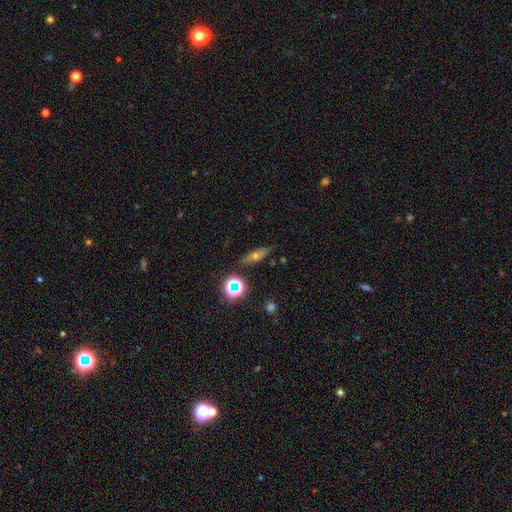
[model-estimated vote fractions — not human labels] This is marginally a featured or disk galaxy (39%). Merging: clearly none (81%).